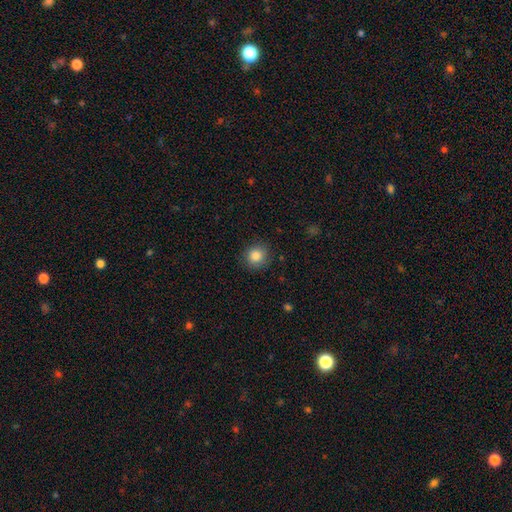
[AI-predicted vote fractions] Overall: smooth (85%). How rounded: round (89%). Merging: none (87%).